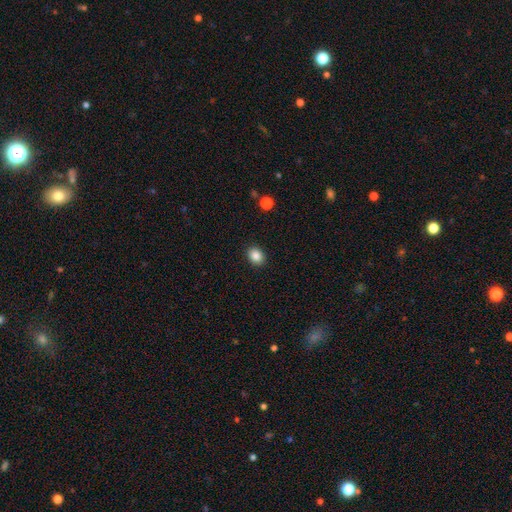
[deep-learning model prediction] Smooth or featured? smooth (87%)
How rounded? in between (51%)
Merging? none (90%)